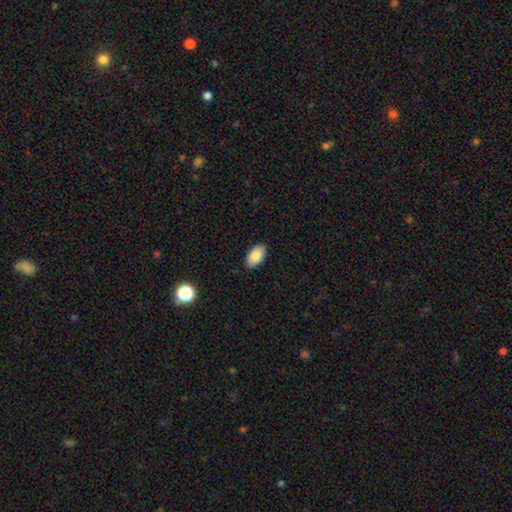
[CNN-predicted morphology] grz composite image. It shows a smooth galaxy with no disk features (86%) that is in between round and cigar-shaped (95%). Merging: none (89%).